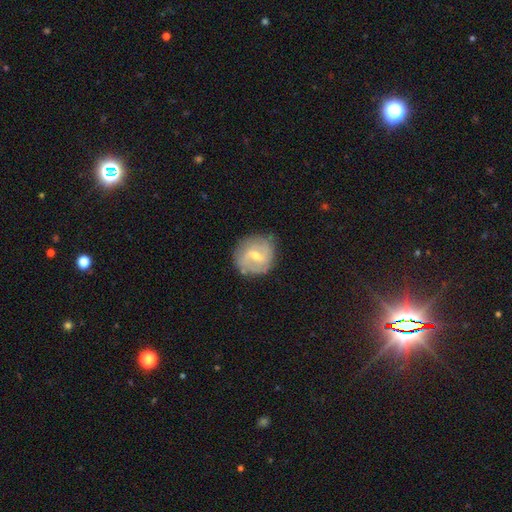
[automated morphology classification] type=featured or disk (64%); edge-on=no (97%); bar=weak (59%); spiral arms=yes (79%); bulge=moderate (52%); merging=none (75%).